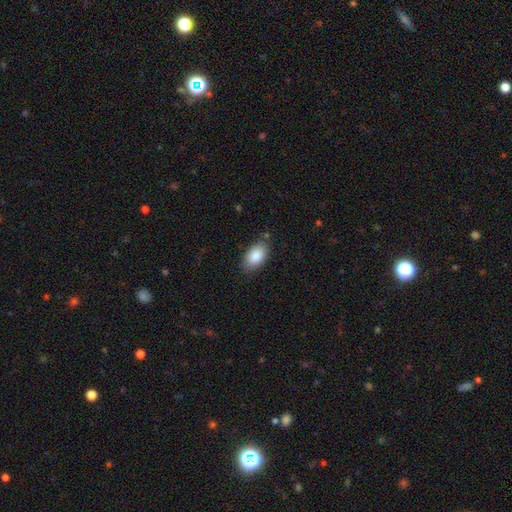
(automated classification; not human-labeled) A smooth galaxy with no disk features (87%) that is in between round and cigar-shaped (93%). Merging: none (82%).